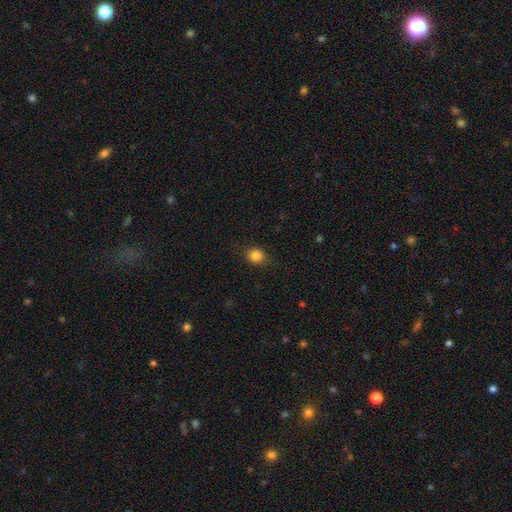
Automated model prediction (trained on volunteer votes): smooth-or-featured: smooth: 84% | star or artifact: 11% | featured or disk: 6%
  how-rounded: round: 74% | in between: 25% | cigar-shaped: 1%
  merging: none: 85% | minor disturbance: 11% | major disturbance: 3% | merger: 1%